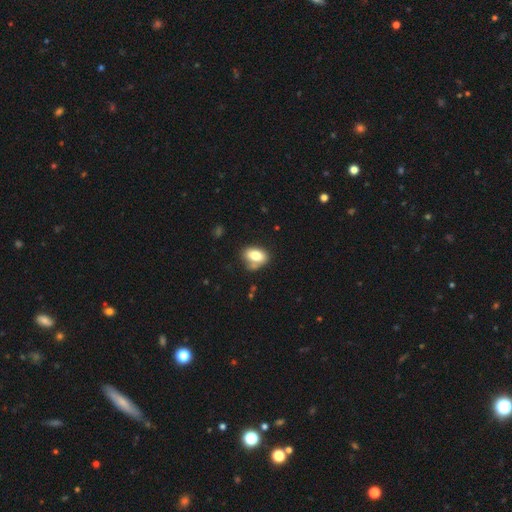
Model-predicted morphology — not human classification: smooth 77%, featured or disk 14%, star or artifact 8%. Down the decision tree: how rounded — in between (83%); merging — none (56%).